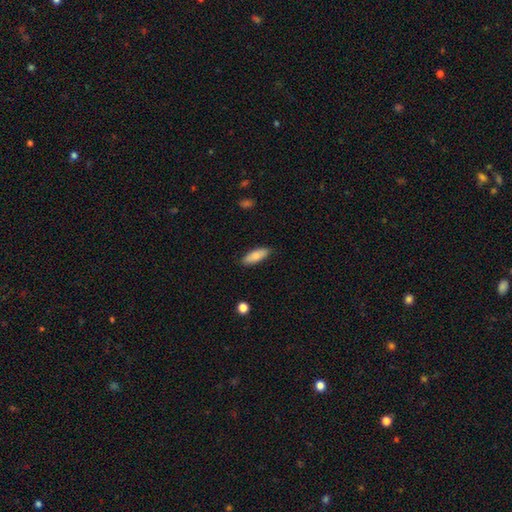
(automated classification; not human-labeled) smooth-or-featured: smooth: 79% | featured or disk: 15% | star or artifact: 6%
  how-rounded: in between: 70% | cigar-shaped: 28% | round: 2%
  merging: none: 85% | minor disturbance: 12% | major disturbance: 2% | merger: 1%